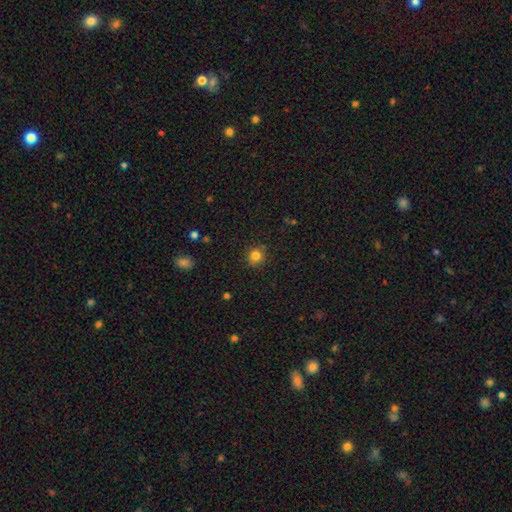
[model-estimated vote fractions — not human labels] Morphology: type=smooth (82%); roundness=round (90%); merging=none (88%).